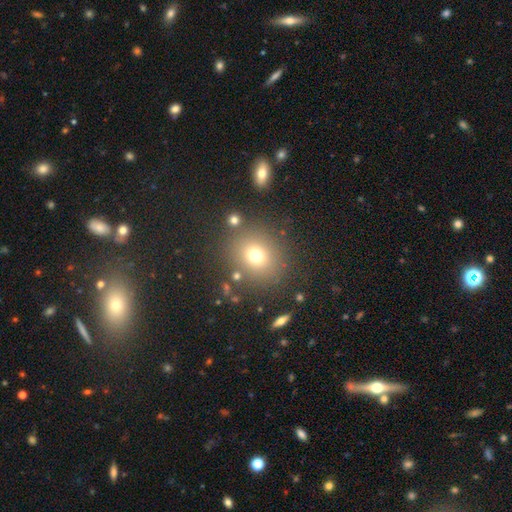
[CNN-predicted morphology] Smooth or featured: smooth — 71% (star or artifact — 18%)
How rounded: round — 79% (in between — 20%)
Merging: none — 82% (minor disturbance — 9%)